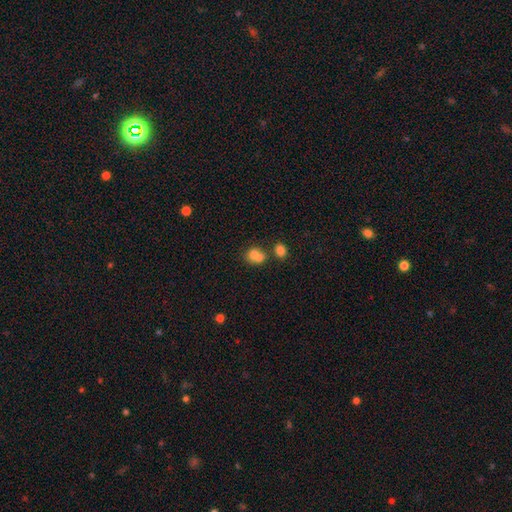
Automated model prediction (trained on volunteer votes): smooth 75%, featured or disk 14%, star or artifact 11%. Down the decision tree: how rounded — round (59%); merging — merger (56%).